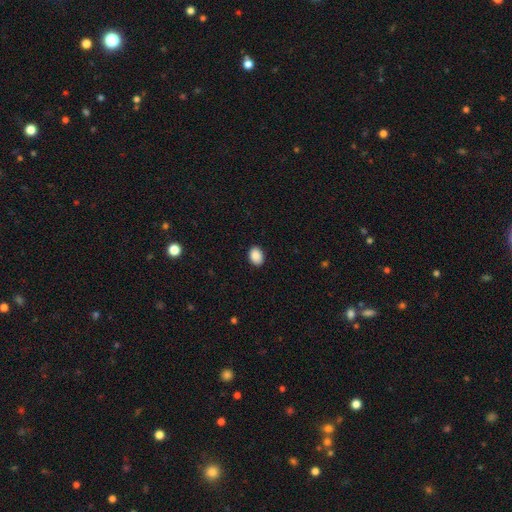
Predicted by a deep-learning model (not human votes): A smooth galaxy with no disk features (90%) that is in between round and cigar-shaped (72%).

Vote fractions:
- Smooth or featured? smooth: 90% / star or artifact: 8% / featured or disk: 3%
- How rounded? in between: 72% / round: 27% / cigar-shaped: 1%
- Merging? none: 90% / minor disturbance: 8% / major disturbance: 2% / merger: 1%